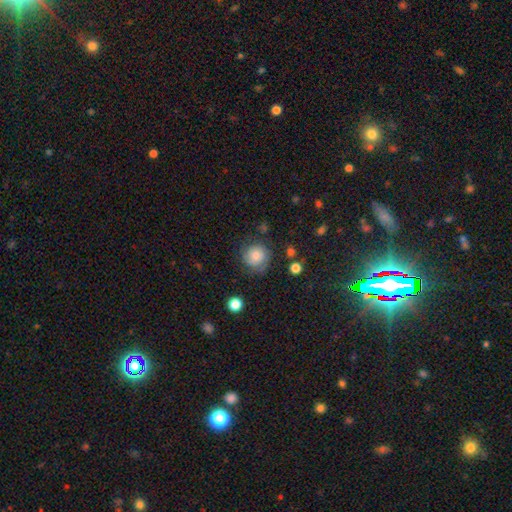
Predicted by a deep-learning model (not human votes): smooth_or_featured: smooth (p=0.69) [alt: featured or disk p=0.21]
how_rounded: round (p=0.90) [alt: in between p=0.09]
merging: none (p=0.70) [alt: minor disturbance p=0.19]